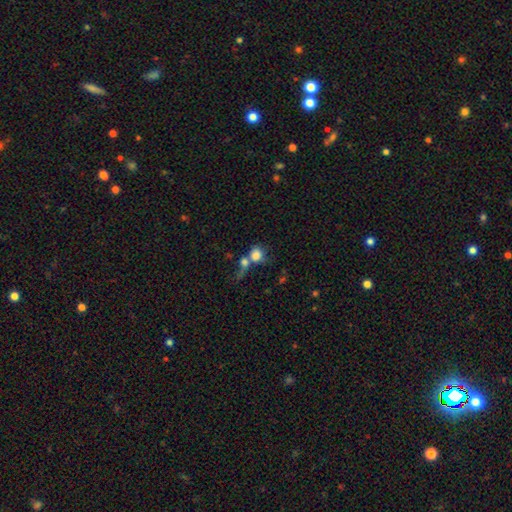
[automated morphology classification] smooth_or_featured: smooth (p=0.78) [alt: featured or disk p=0.12]
how_rounded: round (p=0.76) [alt: in between p=0.22]
merging: merger (p=0.52) [alt: none p=0.27]